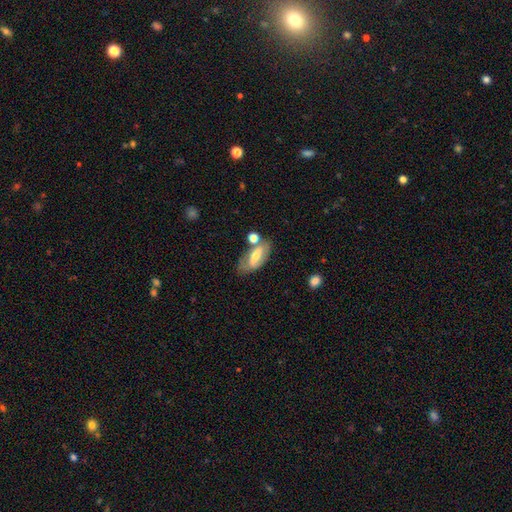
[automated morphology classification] A featured or disk galaxy (50%). Merging: none (54%).